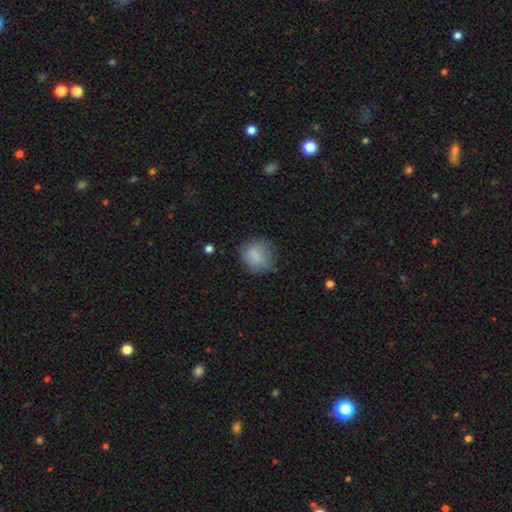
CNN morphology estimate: The model was most divided on "merging": none: 67%, minor disturbance: 24%, major disturbance: 8%, merger: 2%. More confident: smooth or featured — smooth (81%); how rounded — round (77%).